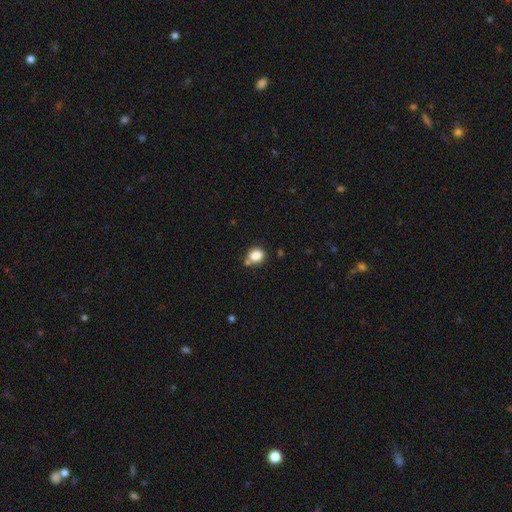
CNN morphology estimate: This appears to be a smooth galaxy with no disk features (84%) that is round (65%). Merging: none (65%).